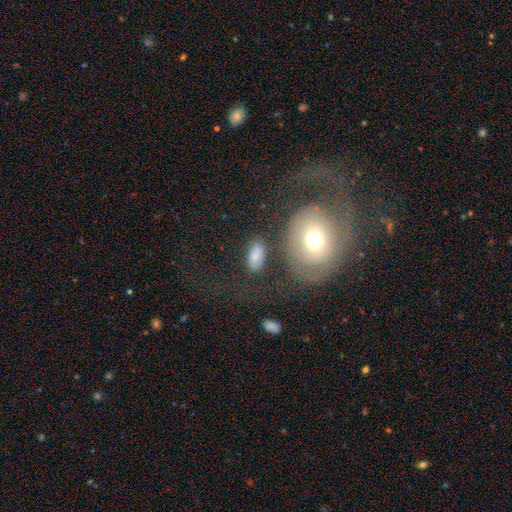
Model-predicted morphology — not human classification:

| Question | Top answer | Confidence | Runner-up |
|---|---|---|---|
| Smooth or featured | smooth | 76% | featured or disk (14%) |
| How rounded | in between | 88% | cigar-shaped (6%) |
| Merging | none | 63% | minor disturbance (17%) |